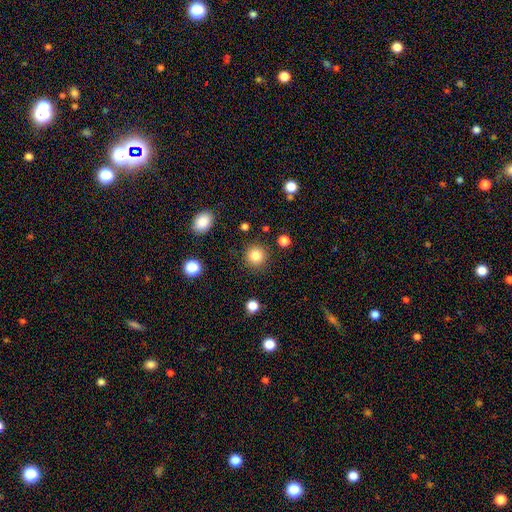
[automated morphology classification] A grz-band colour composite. It shows a smooth galaxy with no disk features (84%) that is round (93%). Merging: none (89%).